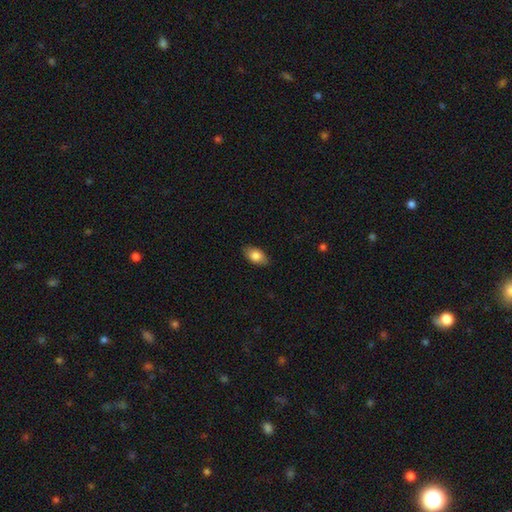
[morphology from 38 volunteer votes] type=smooth (84%); roundness=in between (91%); merging=none (79%).